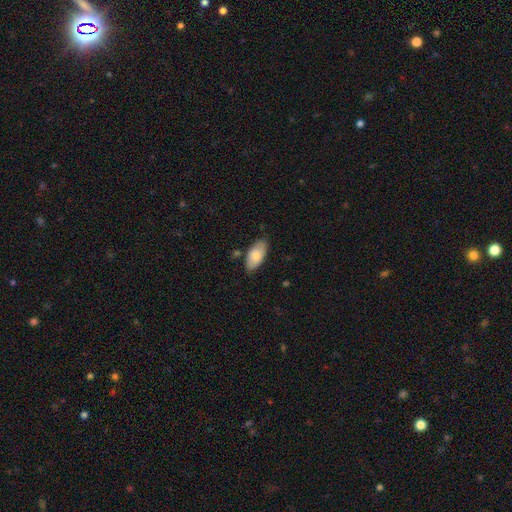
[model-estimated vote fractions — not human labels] The model was most divided on "smooth or featured": smooth: 77%, featured or disk: 17%, star or artifact: 6%. More confident: how rounded — in between (94%); merging — none (78%).